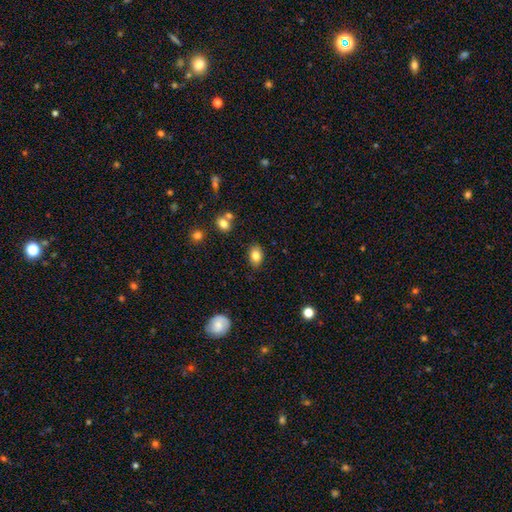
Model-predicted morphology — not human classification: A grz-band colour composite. It shows a smooth galaxy with no disk features (82%) that is in between round and cigar-shaped (80%). Merging: none (84%).